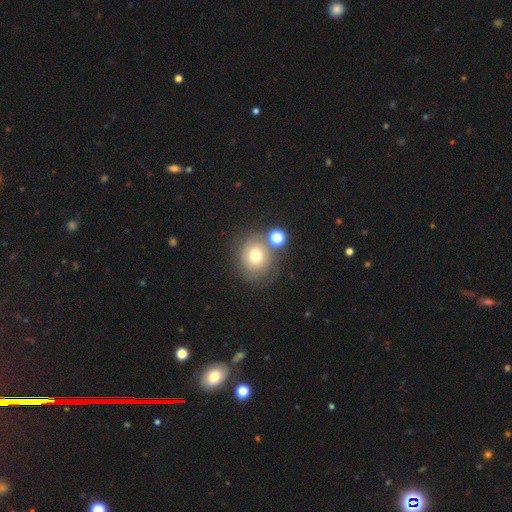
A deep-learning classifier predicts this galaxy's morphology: Smooth or featured? smooth (53%)
How rounded? round (78%)
Merging? none (63%)